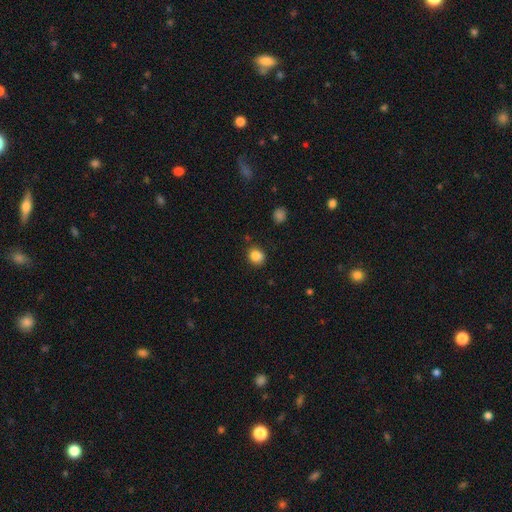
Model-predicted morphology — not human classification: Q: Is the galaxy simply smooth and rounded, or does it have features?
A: smooth — 86%.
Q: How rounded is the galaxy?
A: round — 74%.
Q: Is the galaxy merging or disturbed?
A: none — 82%.